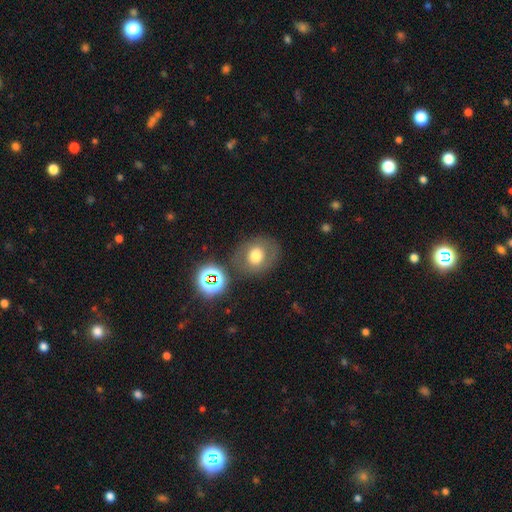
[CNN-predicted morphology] Smooth or featured? Predicted: smooth (p=0.64). How rounded? Predicted: round (p=0.58). Merging? Predicted: none (p=0.74).